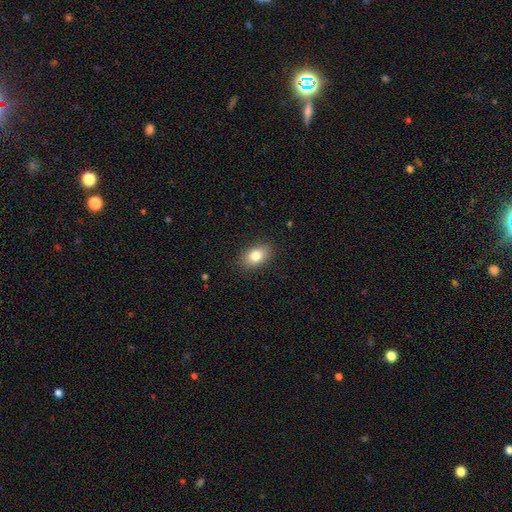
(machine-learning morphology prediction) Smooth or featured: smooth — 81% (featured or disk — 11%)
How rounded: in between — 87% (round — 11%)
Merging: none — 87% (minor disturbance — 9%)